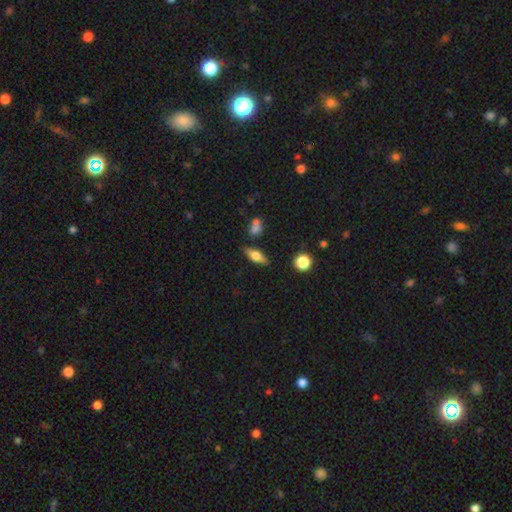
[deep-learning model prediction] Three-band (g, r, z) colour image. It shows a smooth galaxy with no disk features (49%). Merging: none (78%).